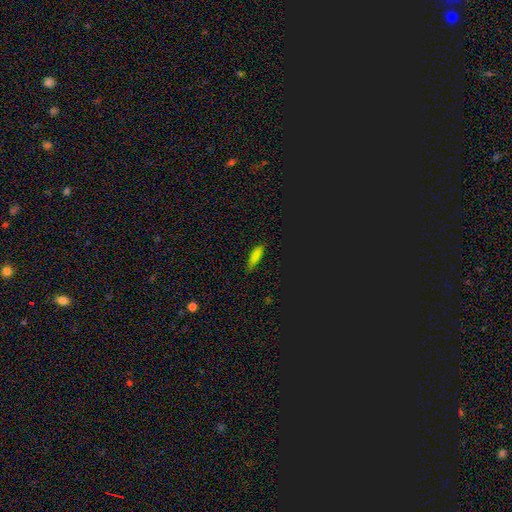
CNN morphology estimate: smooth-or-featured: smooth: 74% | star or artifact: 17% | featured or disk: 8%
  how-rounded: cigar-shaped: 63% | in between: 35% | round: 3%
  merging: none: 78% | minor disturbance: 18% | major disturbance: 3% | merger: 2%